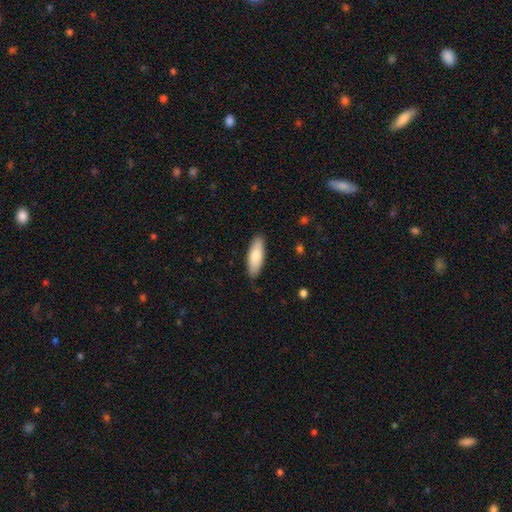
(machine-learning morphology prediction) The model was most divided on "how rounded": in between: 66%, cigar-shaped: 32%, round: 2%. More confident: merging — none (85%); smooth or featured — smooth (76%).